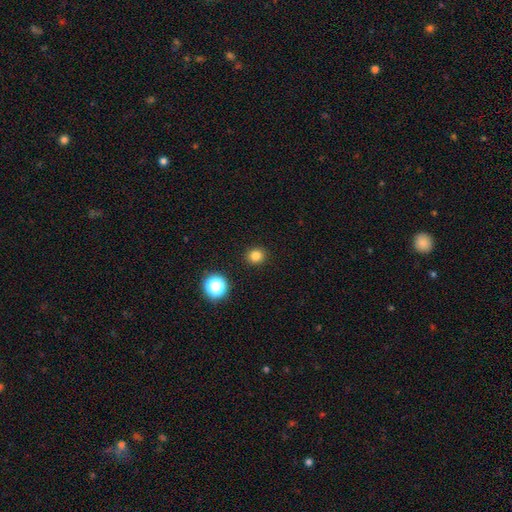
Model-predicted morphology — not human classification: The model was most divided on "smooth or featured": smooth: 80%, star or artifact: 15%, featured or disk: 5%. More confident: merging — none (92%); how rounded — round (87%).